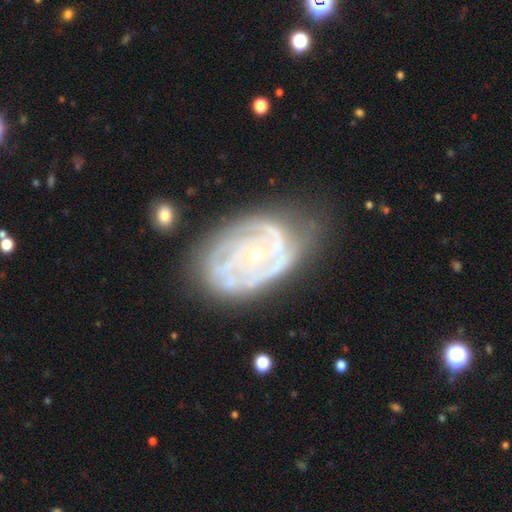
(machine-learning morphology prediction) featured or disk 85%, smooth 9%, star or artifact 6%. Down the decision tree: edge-on disk — no (97%); bar — no (77%); spiral arms — yes (90%); spiral arm count — can't tell (35%); spiral winding — tight (68%); bulge size — small (71%); merging — none (54%).